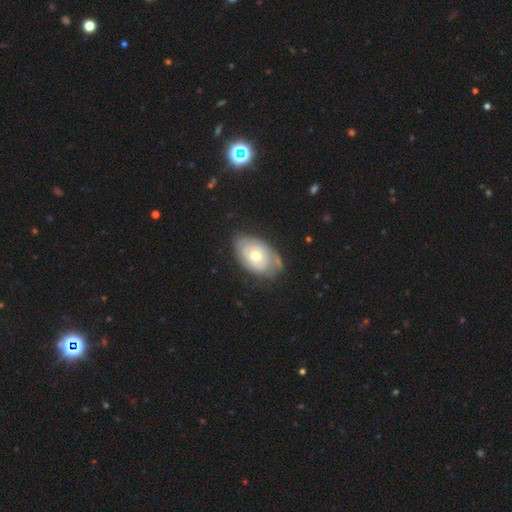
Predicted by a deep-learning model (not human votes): smooth-or-featured: featured or disk: 66% | smooth: 29% | star or artifact: 5%
  disk-edge-on: no: 94% | yes: 6%
    bar: no: 83% | weak: 14% | strong: 3%
    has-spiral-arms: yes: 62% | no: 38%
    bulge-size: moderate: 77% | small: 13% | large: 9% | dominant: 1% | none: 1%
  merging: none: 65% | minor disturbance: 25% | major disturbance: 8% | merger: 2%